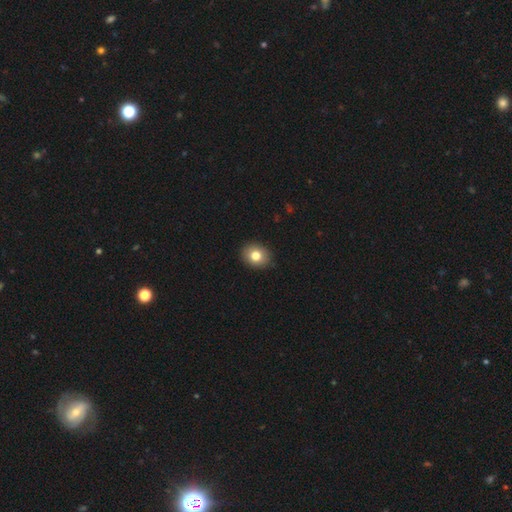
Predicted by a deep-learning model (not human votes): Overall: smooth (80%). How rounded: round (58%; in between 41%). Merging: none (90%).